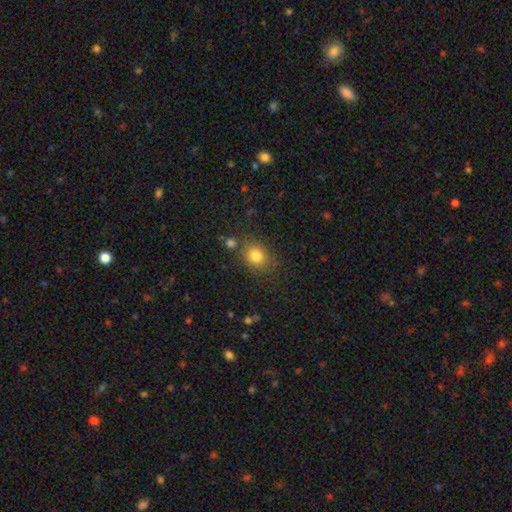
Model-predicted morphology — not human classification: smooth_or_featured: smooth (p=0.82) [alt: star or artifact p=0.11]
how_rounded: round (p=0.55) [alt: in between p=0.44]
merging: none (p=0.77) [alt: minor disturbance p=0.13]